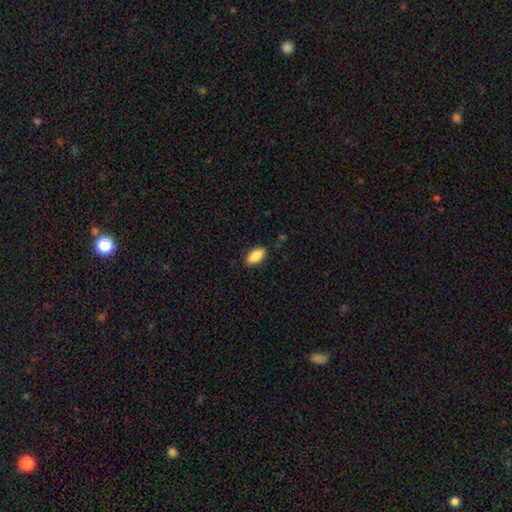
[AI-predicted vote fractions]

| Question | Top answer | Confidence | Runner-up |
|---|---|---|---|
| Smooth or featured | smooth | 89% | star or artifact (7%) |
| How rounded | in between | 93% | cigar-shaped (5%) |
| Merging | none | 86% | minor disturbance (11%) |